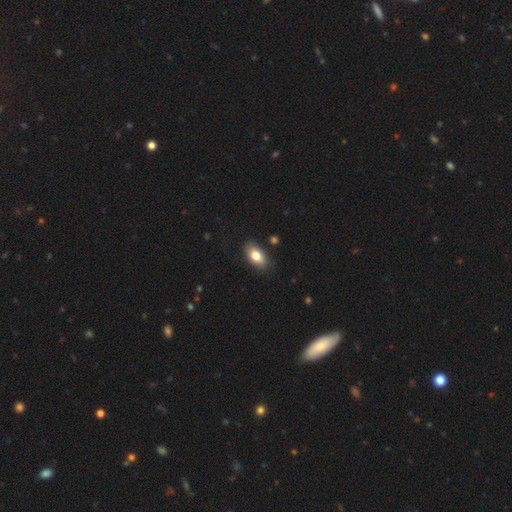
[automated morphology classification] Q: Smooth or featured?
A: smooth (80%); runner-up: featured or disk (13%)
Q: How rounded?
A: in between (91%); runner-up: round (5%)
Q: Merging?
A: none (85%); runner-up: minor disturbance (11%)